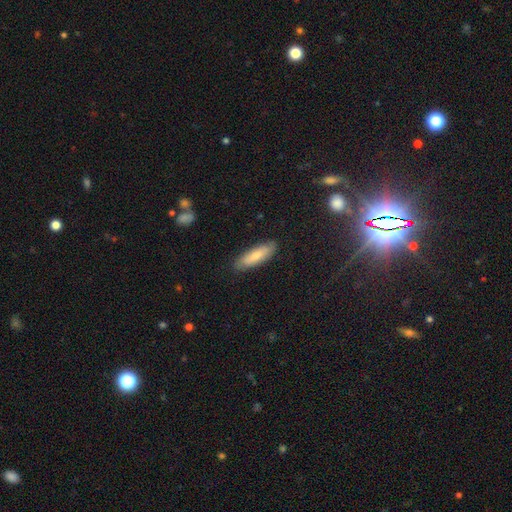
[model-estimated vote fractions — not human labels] Smooth or featured? Predicted: smooth (p=0.77). How rounded? Predicted: cigar-shaped (p=0.57). Merging? Predicted: none (p=0.86).